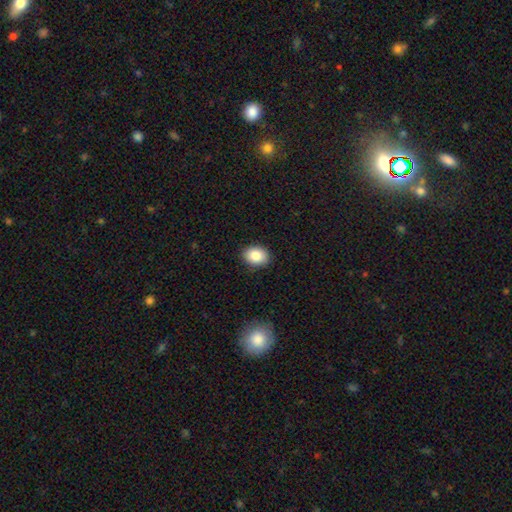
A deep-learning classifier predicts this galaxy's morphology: A smooth galaxy with no disk features (86%) that is in between round and cigar-shaped (64%).

Vote fractions:
- Smooth or featured? smooth: 86% / star or artifact: 8% / featured or disk: 6%
- How rounded? in between: 64% / round: 35% / cigar-shaped: 1%
- Merging? none: 89% / minor disturbance: 8% / major disturbance: 2% / merger: 1%